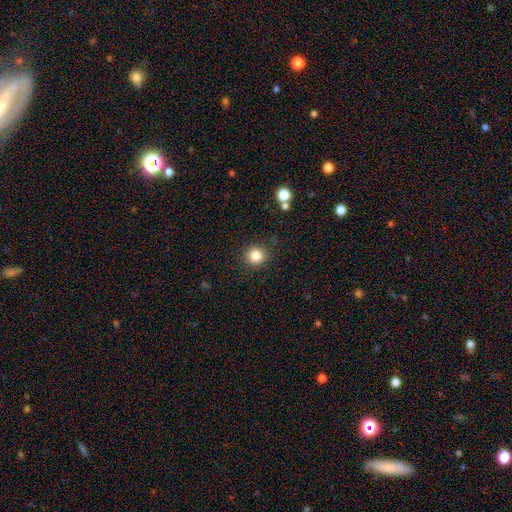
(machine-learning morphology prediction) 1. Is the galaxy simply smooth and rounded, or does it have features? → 84% smooth, 12% star or artifact, 5% featured or disk.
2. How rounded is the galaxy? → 93% round, 6% in between, 1% cigar-shaped.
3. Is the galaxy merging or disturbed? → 89% none, 7% minor disturbance, 2% major disturbance, 2% merger.